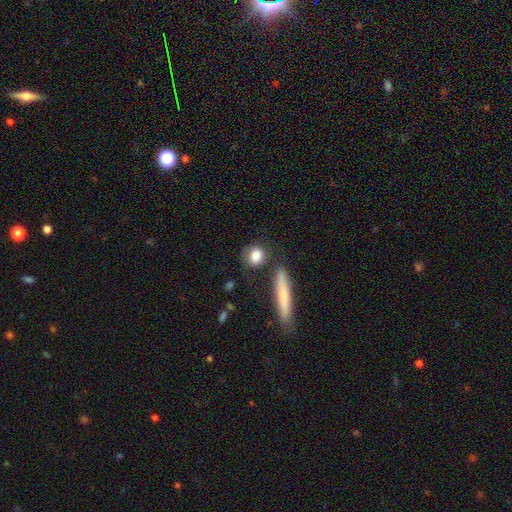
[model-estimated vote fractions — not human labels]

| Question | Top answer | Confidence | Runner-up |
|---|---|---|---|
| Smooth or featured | smooth | 82% | featured or disk (10%) |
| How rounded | round | 68% | in between (24%) |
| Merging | none | 71% | minor disturbance (15%) |